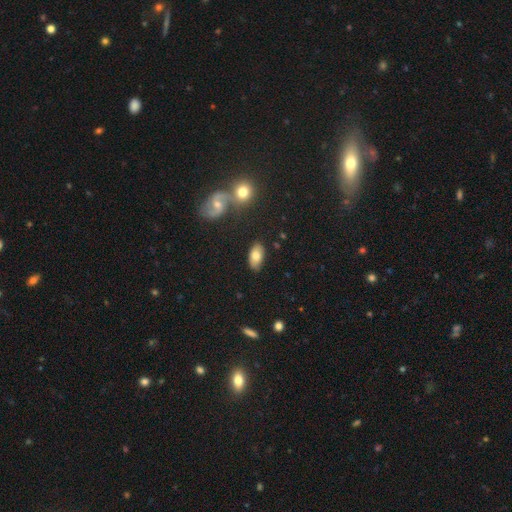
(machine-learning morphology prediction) A smooth galaxy with no disk features (75%) that is in between round and cigar-shaped (93%).

Vote fractions:
- Smooth or featured? smooth: 75% / featured or disk: 18% / star or artifact: 8%
- How rounded? in between: 93% / round: 4% / cigar-shaped: 2%
- Merging? none: 81% / minor disturbance: 13% / merger: 4% / major disturbance: 3%